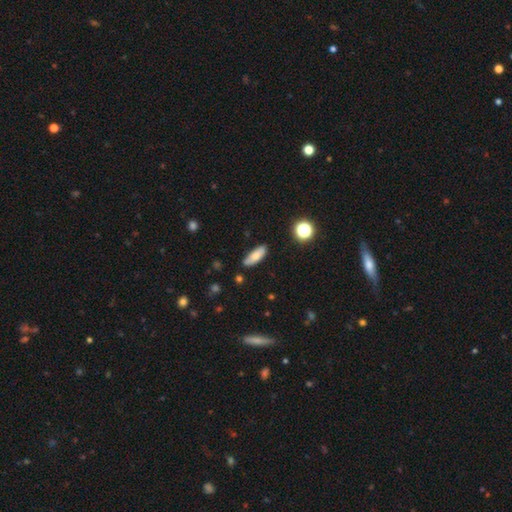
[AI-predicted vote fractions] smooth-or-featured: smooth: 75% | featured or disk: 16% | star or artifact: 8%
  how-rounded: in between: 66% | cigar-shaped: 31% | round: 3%
  merging: none: 83% | minor disturbance: 13% | major disturbance: 2% | merger: 2%